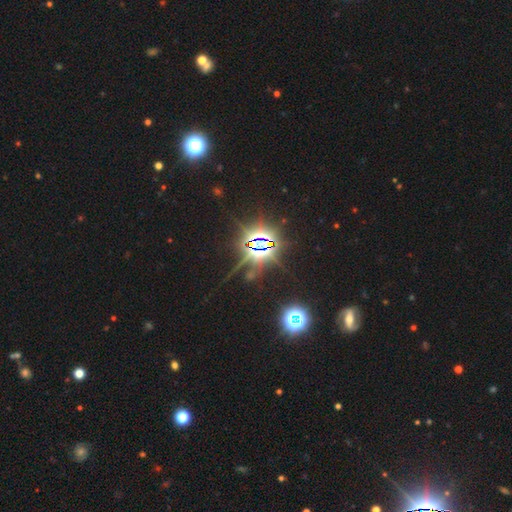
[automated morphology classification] smooth-or-featured: star or artifact: 84% | smooth: 9% | featured or disk: 7%